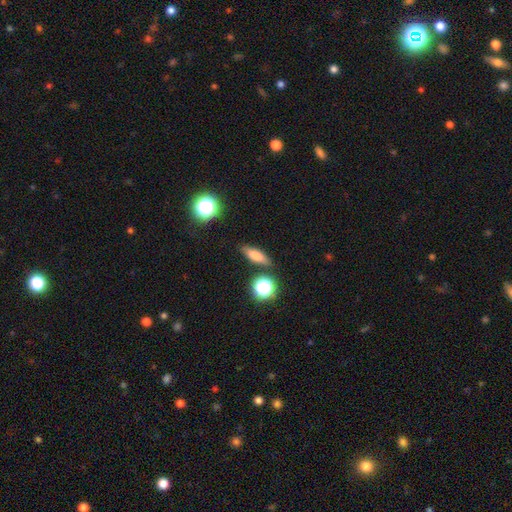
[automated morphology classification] A smooth galaxy with no disk features (74%) that is cigar-shaped (47%). Merging: none (82%).